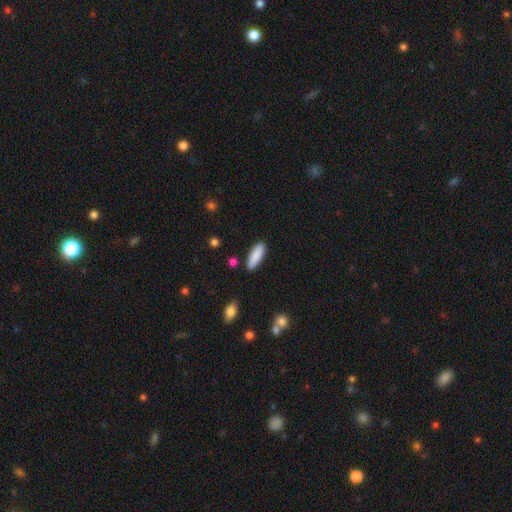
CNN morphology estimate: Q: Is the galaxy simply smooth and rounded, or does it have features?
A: smooth — 88%.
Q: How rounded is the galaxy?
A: in between — 54%.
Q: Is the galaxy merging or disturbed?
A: none — 88%.